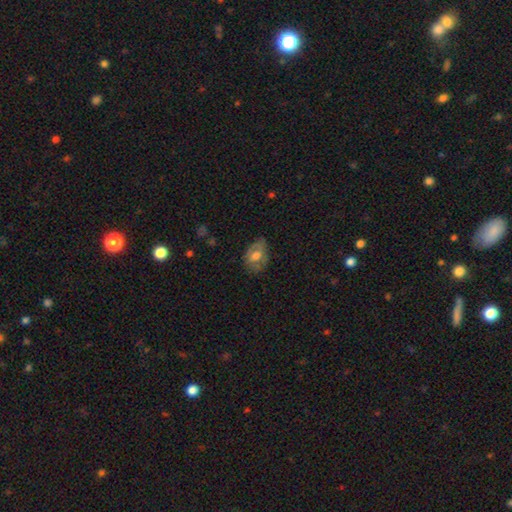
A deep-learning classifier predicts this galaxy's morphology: Overall: smooth (56%; featured or disk 35%). How rounded: in between (75%). Merging: none (56%; minor disturbance 31%).